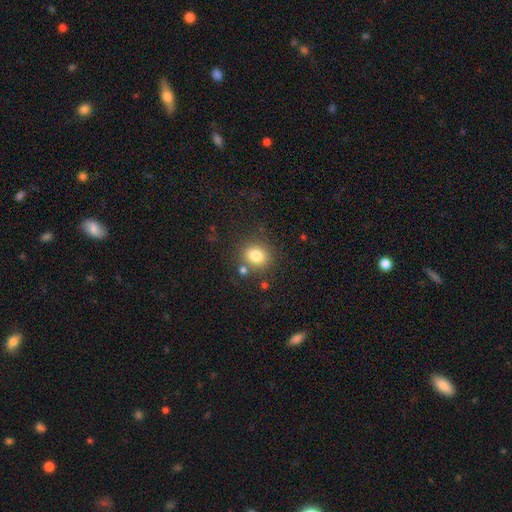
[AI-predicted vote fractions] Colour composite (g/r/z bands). It shows a smooth galaxy with no disk features (80%) that is round (67%). Merging: none (76%).